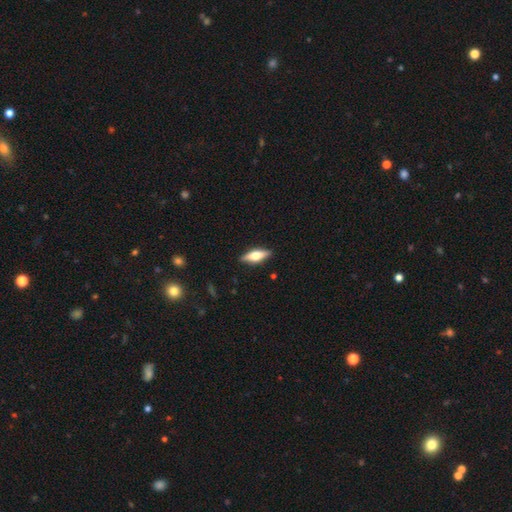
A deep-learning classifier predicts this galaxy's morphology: type=featured or disk (47%); merging=none (88%).